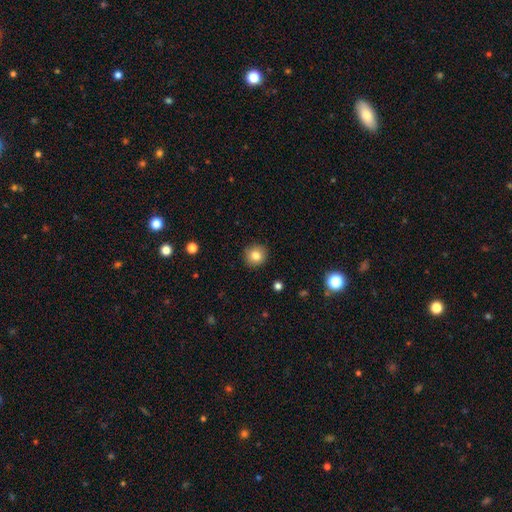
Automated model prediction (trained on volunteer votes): This appears to be a smooth galaxy with no disk features (82%) that is round (92%). Merging: none (91%).